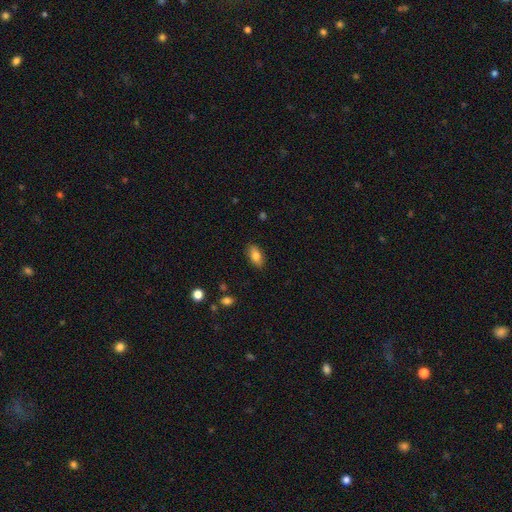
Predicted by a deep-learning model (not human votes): Smooth or featured?
  - smooth: 81% *
  - featured or disk: 11%
  - star or artifact: 8%
How rounded?
  - in between: 89% *
  - cigar-shaped: 6%
  - round: 5%
Merging?
  - none: 87% *
  - minor disturbance: 10%
  - major disturbance: 2%
  - merger: 1%